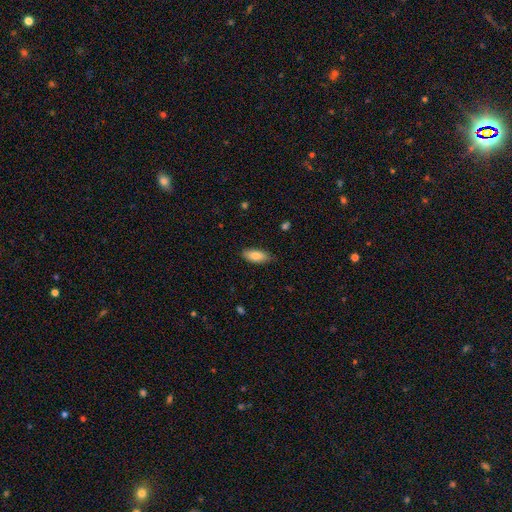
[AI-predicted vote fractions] Morphology: type=smooth (85%); roundness=in between (84%); merging=none (81%).